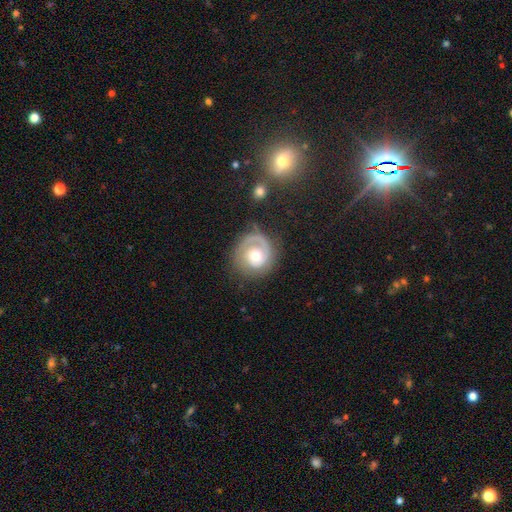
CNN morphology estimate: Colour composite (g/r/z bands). It shows a featured or disk galaxy (73%) with no bar (78%), 1 (72%) tight (63%) spiral arms (88%) and a moderate central bulge (69%). Merging: none (69%).